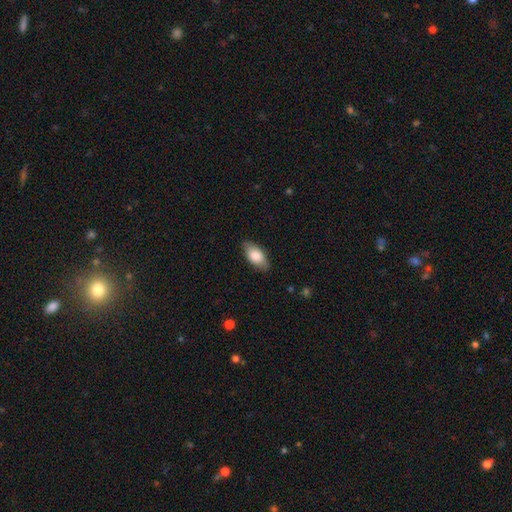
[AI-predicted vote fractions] Morphology: type=smooth (79%); roundness=in between (90%); merging=none (83%).